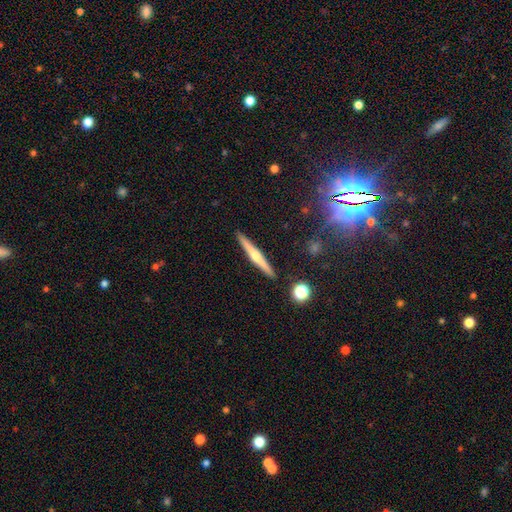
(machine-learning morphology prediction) Smooth or featured? featured or disk (62%)
Edge-on disk? yes (98%)
Edge-on bulge? rounded (83%)
Merging? none (92%)